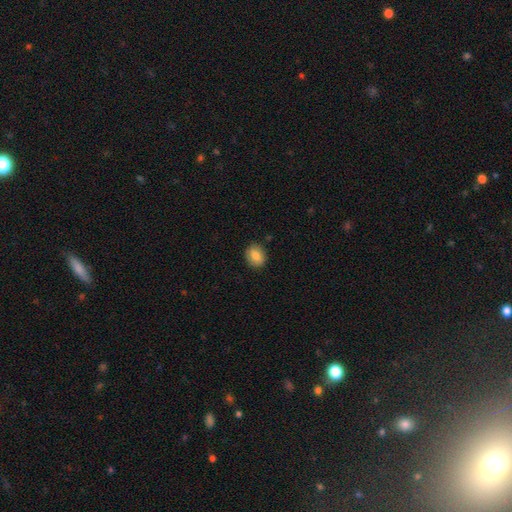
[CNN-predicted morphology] A smooth galaxy with no disk features (83%) that is round (61%). Merging: none (89%).